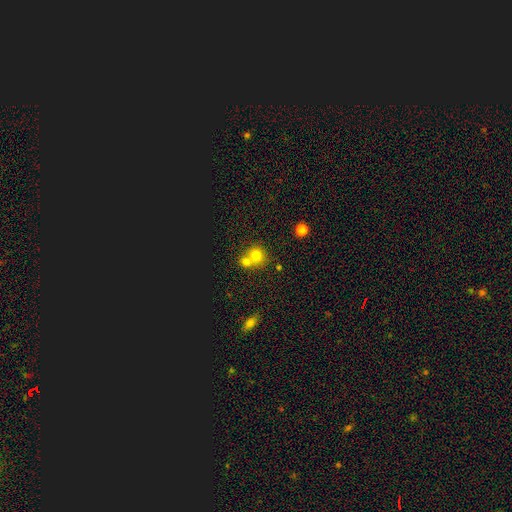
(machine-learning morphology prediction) Q: Smooth or featured?
A: smooth (73%); runner-up: star or artifact (15%)
Q: How rounded?
A: round (83%); runner-up: in between (16%)
Q: Merging?
A: merger (52%); runner-up: none (40%)